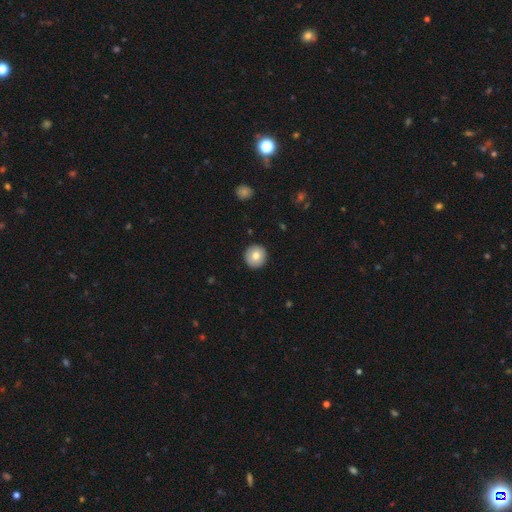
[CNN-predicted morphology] smooth 78%, featured or disk 14%, star or artifact 8%. Down the decision tree: how rounded — round (95%); merging — none (92%).